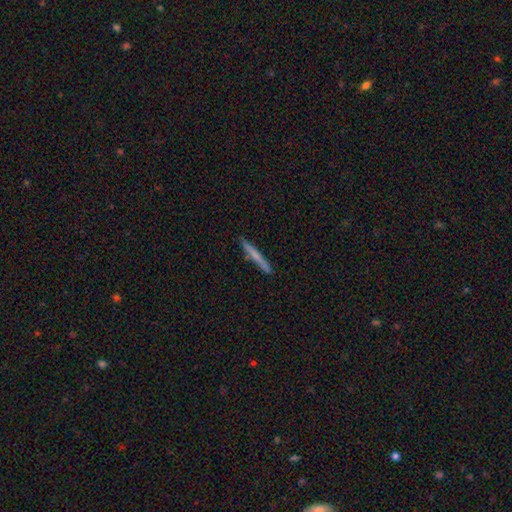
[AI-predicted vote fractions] smooth-or-featured: smooth: 56% | featured or disk: 37% | star or artifact: 6%
  how-rounded: cigar-shaped: 96% | in between: 2% | round: 2%
  merging: none: 87% | minor disturbance: 9% | merger: 2% | major disturbance: 2%